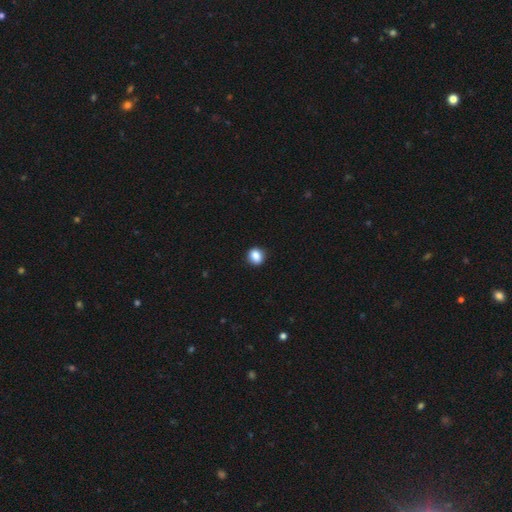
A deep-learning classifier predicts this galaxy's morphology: A smooth galaxy with no disk features (86%) that is round (67%). Merging: none (90%).